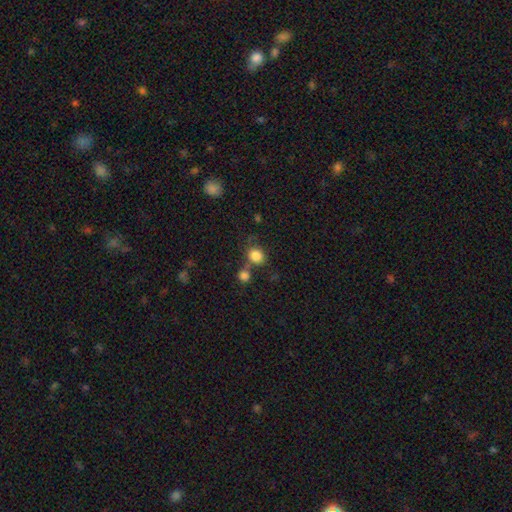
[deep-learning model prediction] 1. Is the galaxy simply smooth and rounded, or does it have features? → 83% smooth, 11% star or artifact, 6% featured or disk.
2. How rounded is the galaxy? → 72% round, 27% in between, 1% cigar-shaped.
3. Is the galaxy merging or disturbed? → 53% none, 27% merger, 13% minor disturbance, 6% major disturbance.